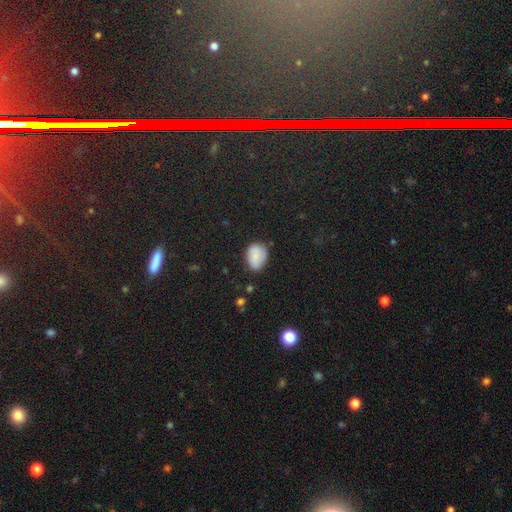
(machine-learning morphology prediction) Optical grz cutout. It shows a smooth galaxy with no disk features (77%) that is in between round and cigar-shaped (74%). Merging: none (69%).